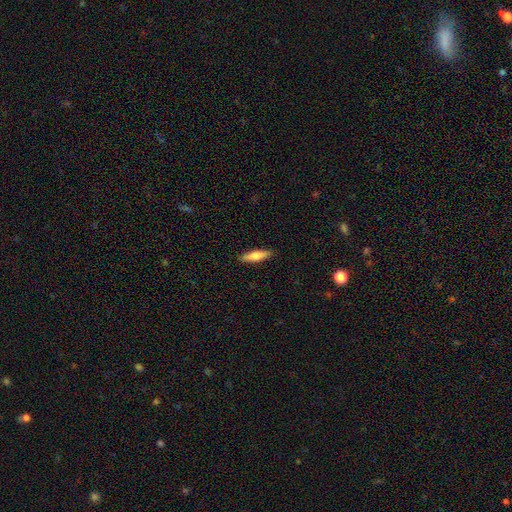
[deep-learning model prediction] smooth-or-featured: smooth: 72% | featured or disk: 22% | star or artifact: 6%
  how-rounded: cigar-shaped: 67% | in between: 32% | round: 2%
  merging: none: 90% | minor disturbance: 8% | major disturbance: 2% | merger: 1%